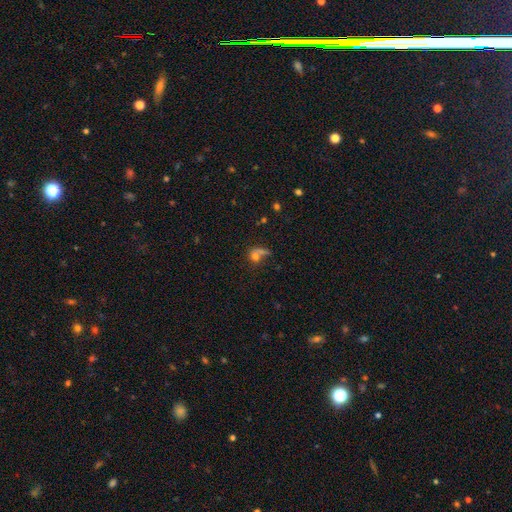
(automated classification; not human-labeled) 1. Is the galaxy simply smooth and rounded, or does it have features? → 63% smooth, 20% featured or disk, 17% star or artifact.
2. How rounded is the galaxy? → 69% round, 28% in between, 3% cigar-shaped.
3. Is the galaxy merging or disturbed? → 38% none, 25% merger, 22% major disturbance, 15% minor disturbance.